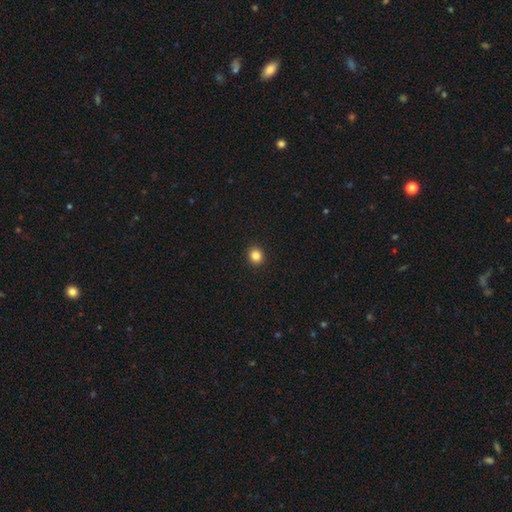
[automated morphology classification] Smooth or featured? smooth (85%)
How rounded? round (85%)
Merging? none (93%)